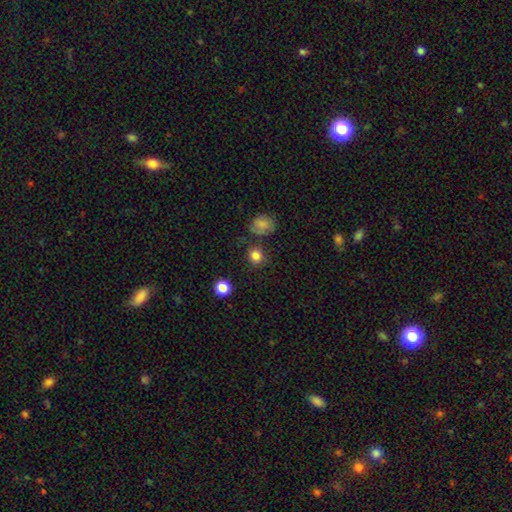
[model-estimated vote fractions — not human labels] A smooth galaxy with no disk features (83%) that is round (87%). Merging: none (80%).